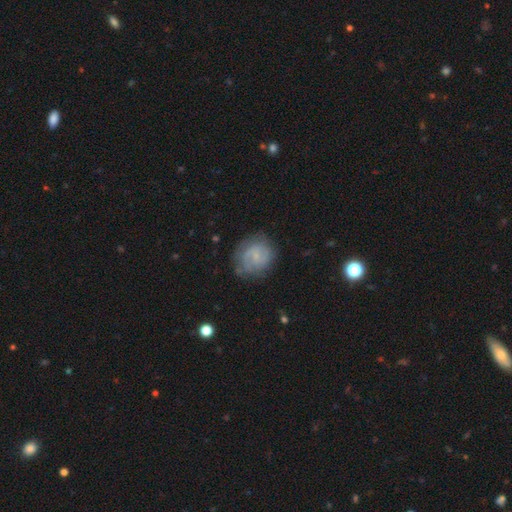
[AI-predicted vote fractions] Smooth or featured: featured or disk — 56% (smooth — 36%)
Edge-on disk: no — 98% (yes — 2%)
Bar: no — 48% (weak — 44%)
Spiral arms: yes — 82% (no — 18%)
Bulge size: small — 58% (none — 27%)
Merging: none — 69% (minor disturbance — 20%)